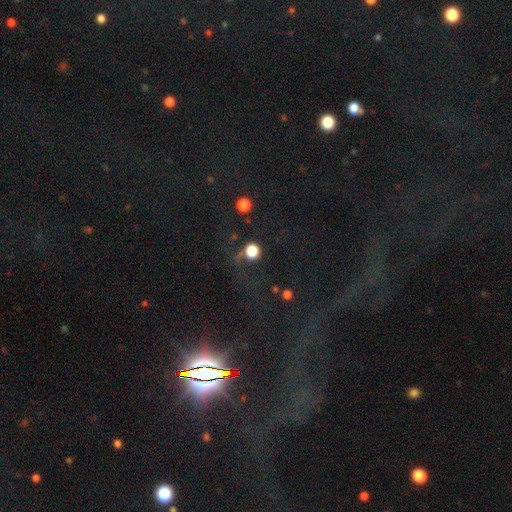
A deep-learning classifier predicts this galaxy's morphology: Smooth or featured? Predicted: star or artifact (p=0.77).